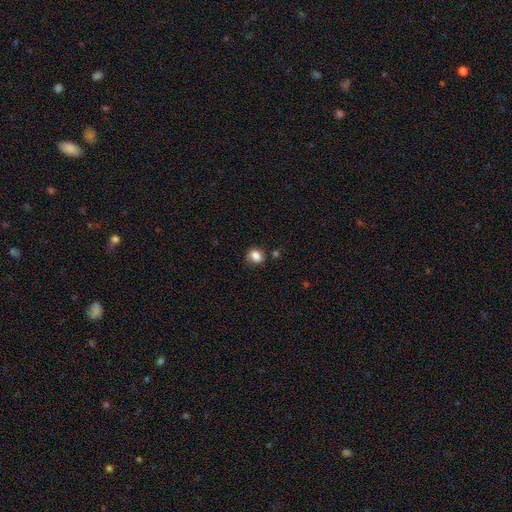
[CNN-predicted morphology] smooth_or_featured: smooth (p=0.83) [alt: star or artifact p=0.10]
how_rounded: round (p=0.59) [alt: in between p=0.40]
merging: none (p=0.68) [alt: minor disturbance p=0.22]